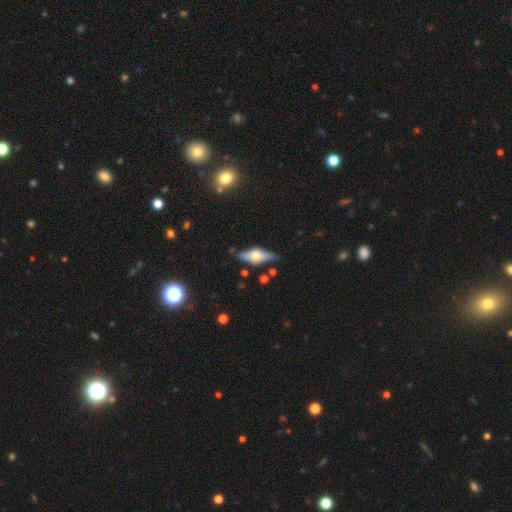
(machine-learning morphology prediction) smooth-or-featured: featured or disk: 55% | smooth: 37% | star or artifact: 7%
  disk-edge-on: yes: 90% | no: 10%
  merging: none: 76% | minor disturbance: 16% | major disturbance: 4% | merger: 4%